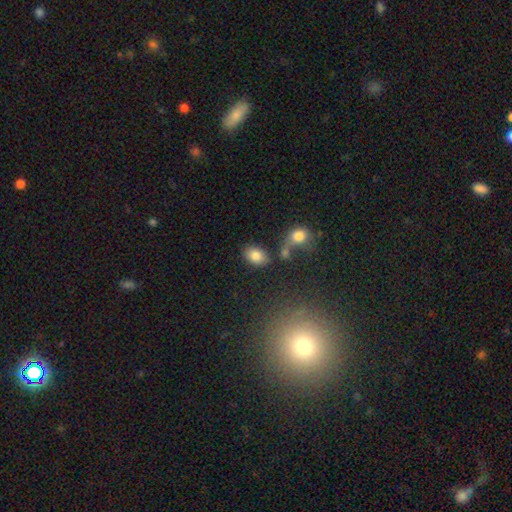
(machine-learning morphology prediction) smooth_or_featured: smooth (p=0.82) [alt: star or artifact p=0.09]
how_rounded: in between (p=0.79) [alt: round p=0.20]
merging: none (p=0.71) [alt: merger p=0.13]